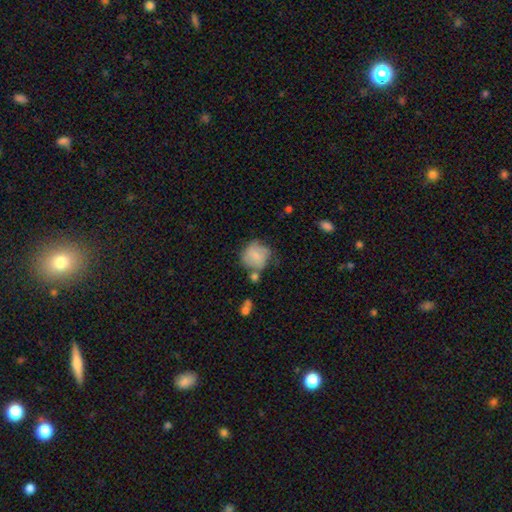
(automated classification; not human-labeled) This is possibly a smooth galaxy (56%). How rounded: clearly round (81%). Merging: possibly none (50%).